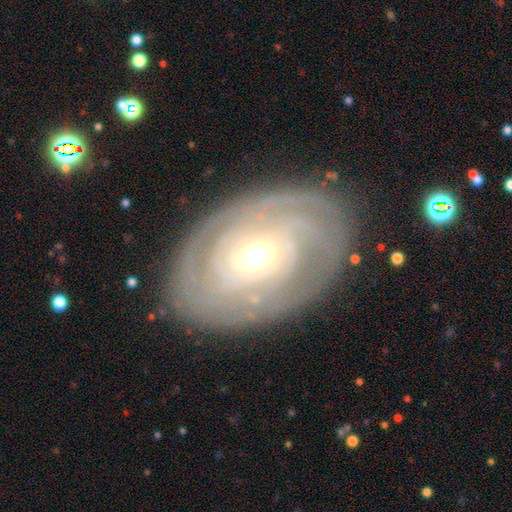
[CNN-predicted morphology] Smooth or featured? Predicted: featured or disk (p=0.83). Edge-on disk? Predicted: no (p=0.95). Bar? Predicted: weak (p=0.43). Spiral arms? Predicted: yes (p=0.92). Spiral winding? Predicted: tight (p=0.82). Spiral arm count? Predicted: can't tell (p=0.40). Bulge size? Predicted: moderate (p=0.61). Merging? Predicted: none (p=0.83).